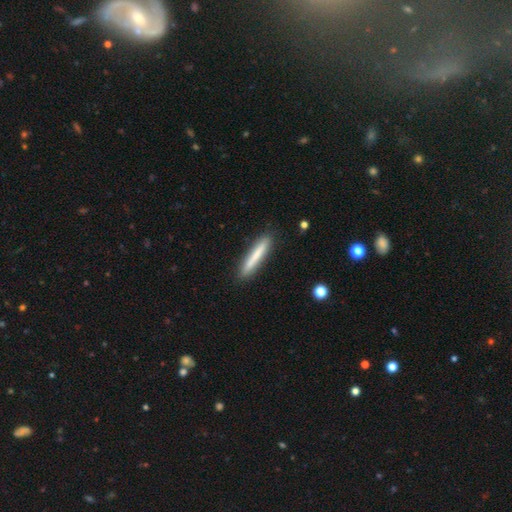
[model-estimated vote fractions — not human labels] A smooth galaxy with no disk features (72%) that is cigar-shaped (94%). Merging: none (89%).